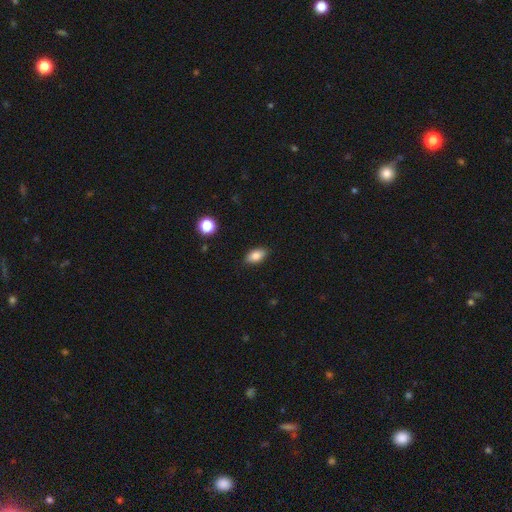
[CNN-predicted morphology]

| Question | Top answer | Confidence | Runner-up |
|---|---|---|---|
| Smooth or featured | smooth | 84% | star or artifact (8%) |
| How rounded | in between | 89% | round (6%) |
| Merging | none | 87% | minor disturbance (10%) |